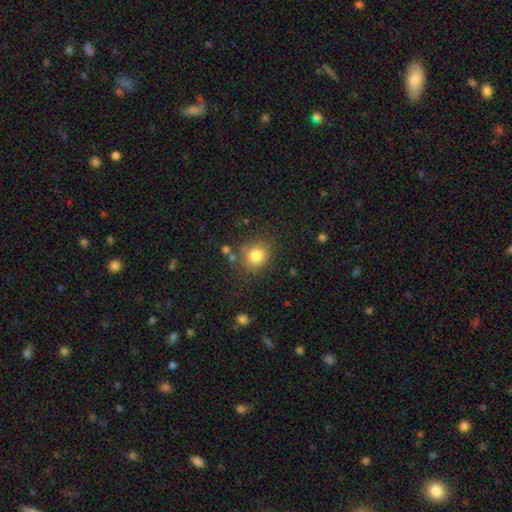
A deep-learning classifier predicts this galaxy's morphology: type=smooth (81%); roundness=round (78%); merging=none (78%).